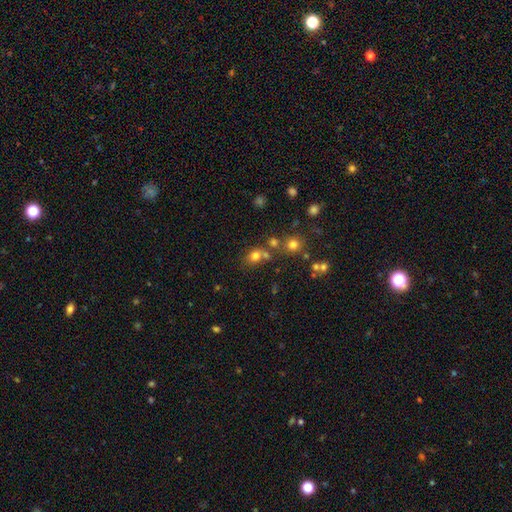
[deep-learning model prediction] Overall: smooth (72%). How rounded: round (61%; in between 37%). Merging: none (55%; merger 28%).